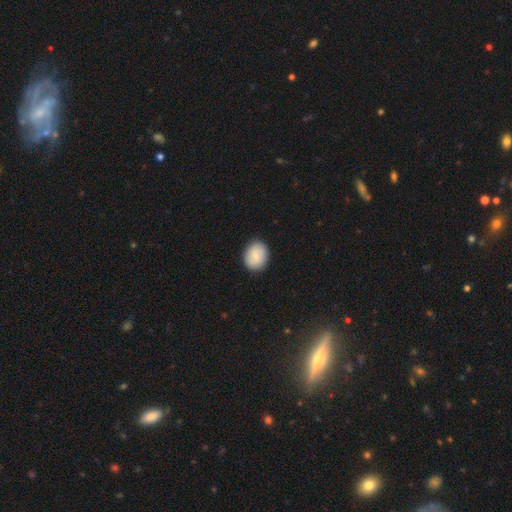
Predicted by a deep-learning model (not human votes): smooth 74%, featured or disk 20%, star or artifact 7%. Down the decision tree: how rounded — round (55%); merging — none (89%).